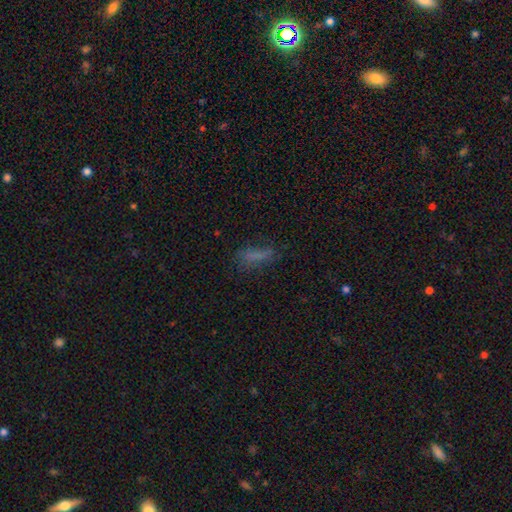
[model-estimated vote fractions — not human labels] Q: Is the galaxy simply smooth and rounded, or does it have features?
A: smooth — 68%.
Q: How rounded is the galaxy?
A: cigar-shaped — 53%.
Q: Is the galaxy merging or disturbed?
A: none — 60%.